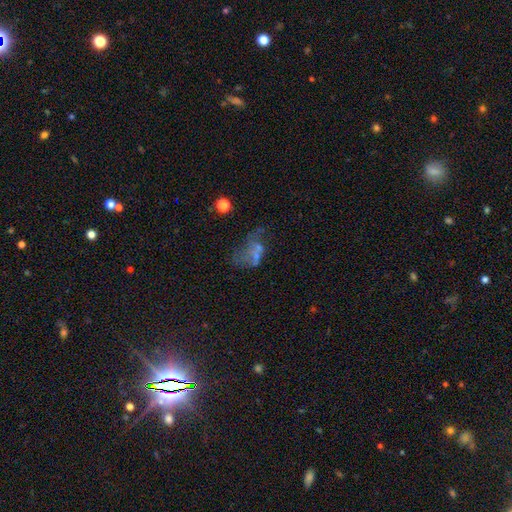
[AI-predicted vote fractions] featured or disk 45%, smooth 30%, star or artifact 26%. Down the decision tree: merging — major disturbance (38%).